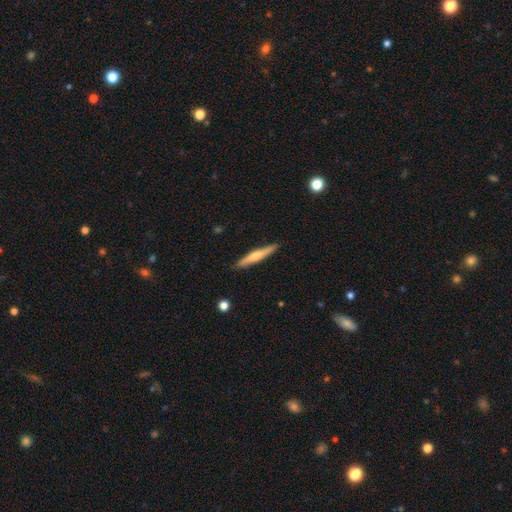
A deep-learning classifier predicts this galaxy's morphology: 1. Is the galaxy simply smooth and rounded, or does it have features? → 49% smooth, 45% featured or disk, 5% star or artifact.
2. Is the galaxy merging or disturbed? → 90% none, 8% minor disturbance, 1% major disturbance, 1% merger.